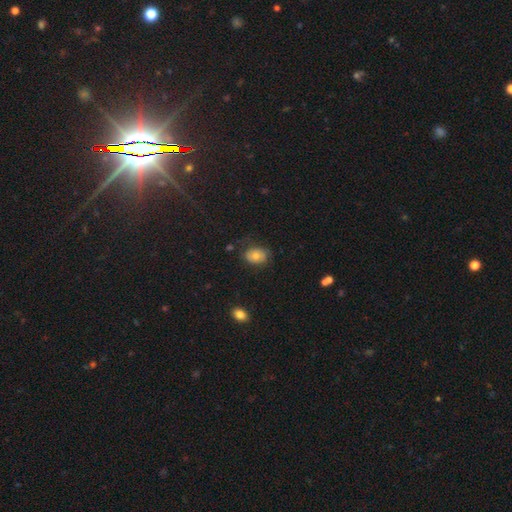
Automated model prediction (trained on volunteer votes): Overall: smooth (67%). How rounded: in between (67%; round 32%). Merging: none (71%).